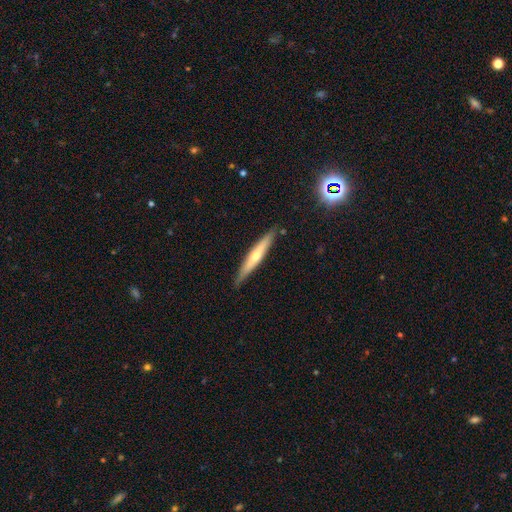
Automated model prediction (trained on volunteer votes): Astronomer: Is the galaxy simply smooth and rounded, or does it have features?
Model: featured or disk — 53% (runner-up: smooth, 41%).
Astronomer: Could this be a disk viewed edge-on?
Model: yes — 92%.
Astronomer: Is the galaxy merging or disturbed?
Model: none — 86%.